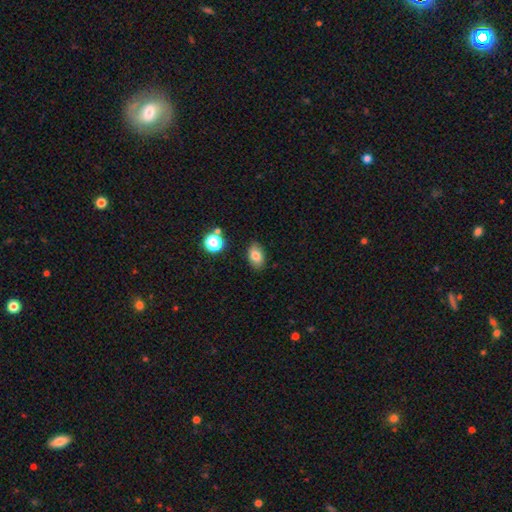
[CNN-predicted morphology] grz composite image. It shows a smooth galaxy with no disk features (80%) that is in between round and cigar-shaped (86%). Merging: none (86%).